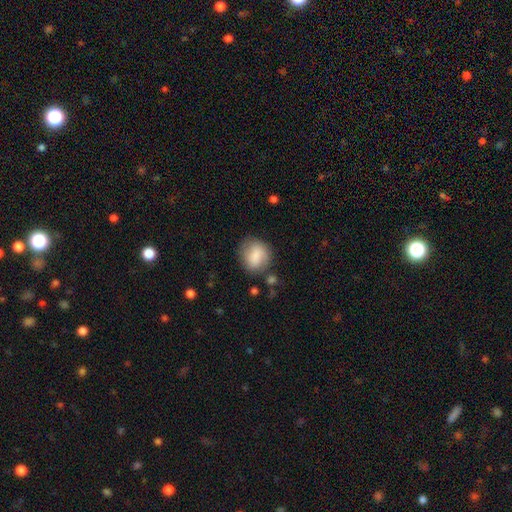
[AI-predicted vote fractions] smooth-or-featured: smooth: 77% | featured or disk: 16% | star or artifact: 7%
  how-rounded: round: 70% | in between: 29% | cigar-shaped: 1%
  merging: none: 69% | minor disturbance: 20% | major disturbance: 7% | merger: 4%